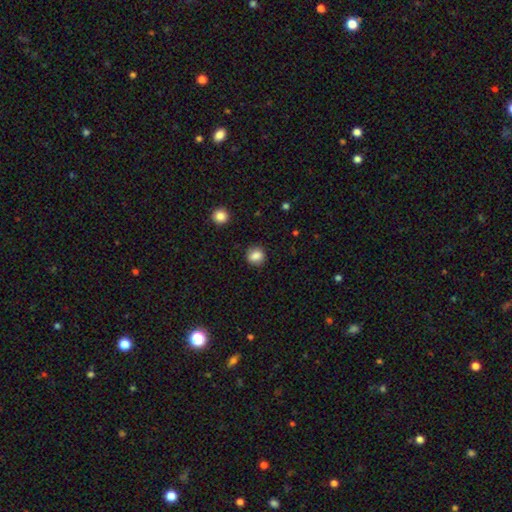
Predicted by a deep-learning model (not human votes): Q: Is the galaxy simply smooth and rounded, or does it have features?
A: smooth — 86%.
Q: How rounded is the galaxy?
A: round — 83%.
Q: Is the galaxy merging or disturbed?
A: none — 88%.